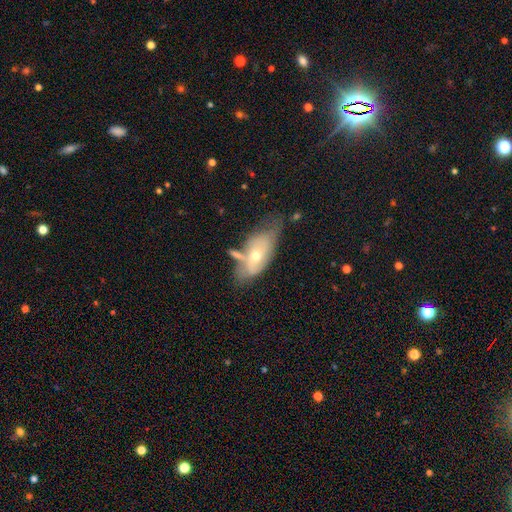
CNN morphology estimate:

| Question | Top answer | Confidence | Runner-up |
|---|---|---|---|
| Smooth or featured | smooth | 48% | featured or disk (45%) |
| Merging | none | 31% | minor disturbance (29%) |